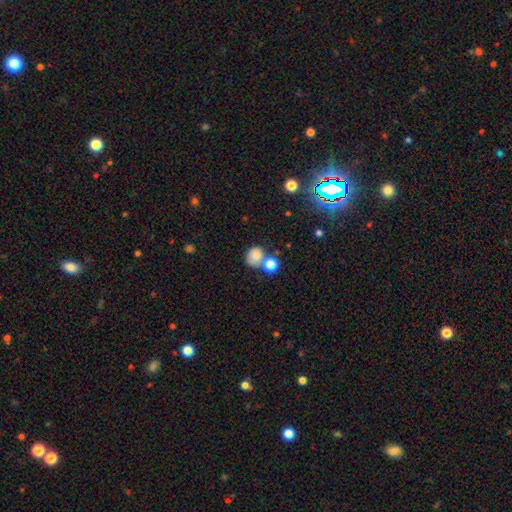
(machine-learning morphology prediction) Smooth or featured? Predicted: smooth (p=0.80). How rounded? Predicted: round (p=0.73). Merging? Predicted: none (p=0.51).